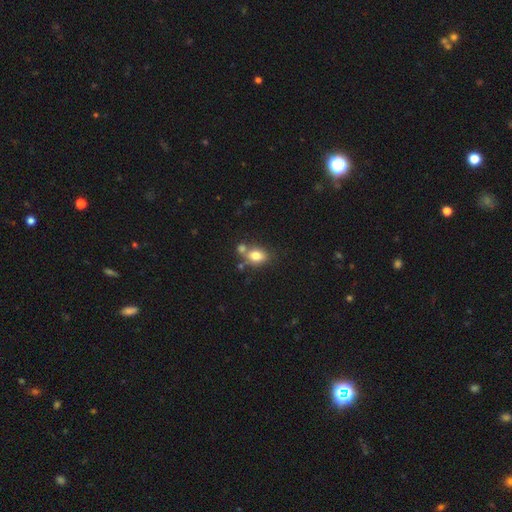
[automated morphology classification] This is likely a smooth galaxy (78%). How rounded: likely in between (69%). Merging: possibly none (49%).